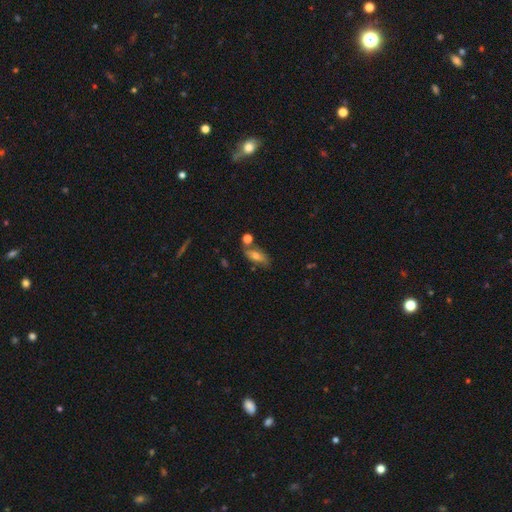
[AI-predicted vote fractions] Smooth or featured? smooth (60%)
How rounded? in between (75%)
Merging? none (63%)